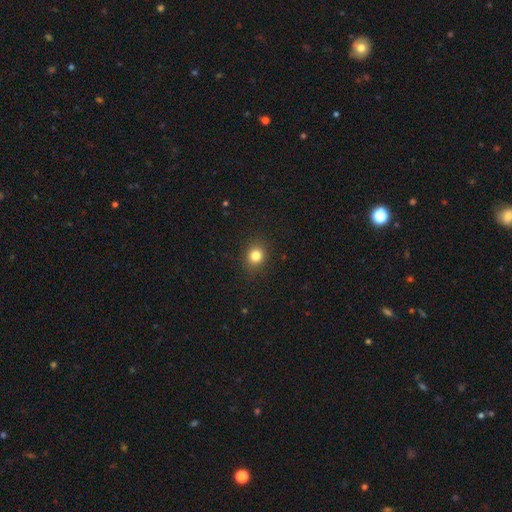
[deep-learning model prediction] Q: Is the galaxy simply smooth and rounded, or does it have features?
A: smooth — 81%.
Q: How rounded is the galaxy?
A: round — 72%.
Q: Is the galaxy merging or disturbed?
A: none — 88%.